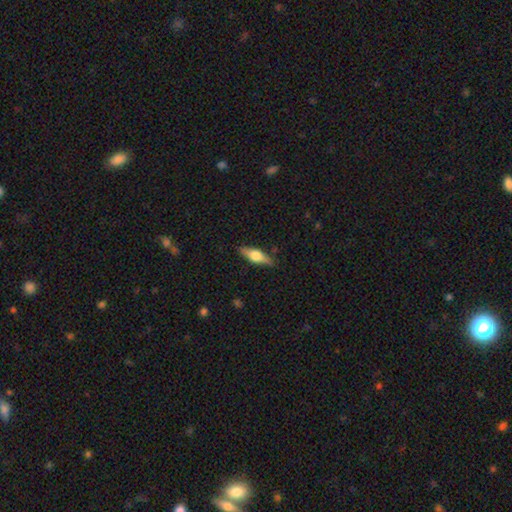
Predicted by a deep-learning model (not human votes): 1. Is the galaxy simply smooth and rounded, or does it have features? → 49% featured or disk, 45% smooth, 6% star or artifact.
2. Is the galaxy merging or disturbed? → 85% none, 11% minor disturbance, 2% major disturbance, 1% merger.